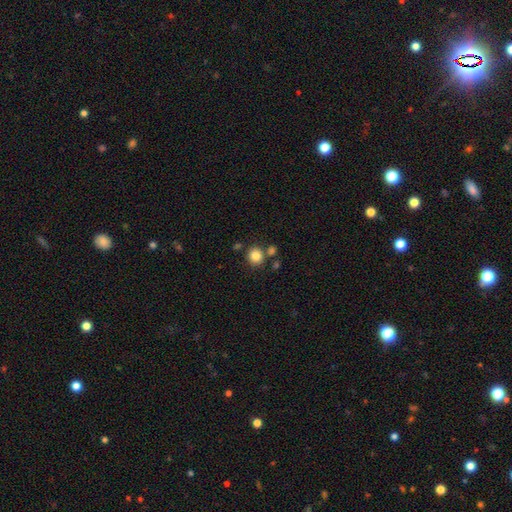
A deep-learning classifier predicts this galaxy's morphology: smooth 83%, star or artifact 11%, featured or disk 6%. Down the decision tree: how rounded — round (87%); merging — none (76%).